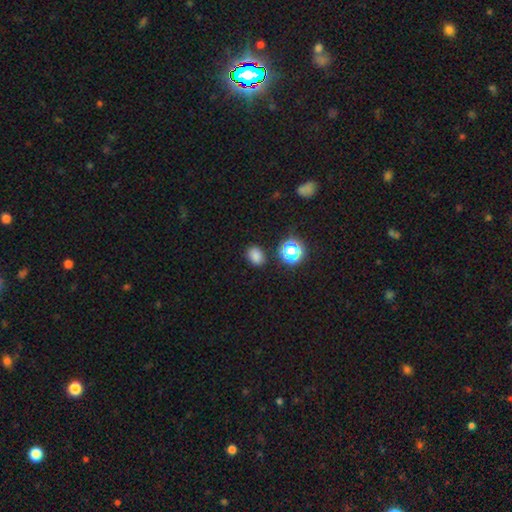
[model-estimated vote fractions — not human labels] The model was most divided on "how rounded": in between: 63%, round: 36%, cigar-shaped: 1%. More confident: merging — none (83%); smooth or featured — smooth (79%).